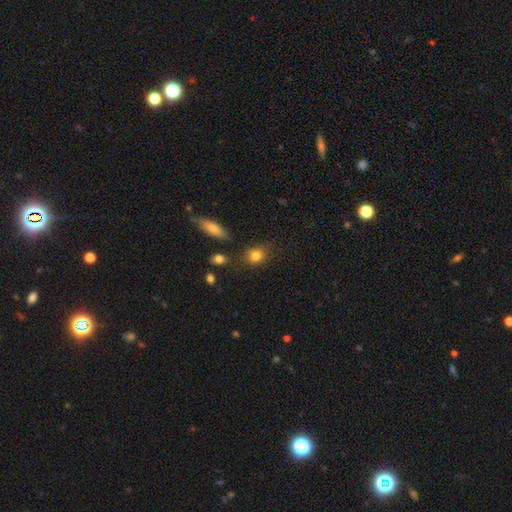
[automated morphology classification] The model was most divided on "how rounded": round: 60%, in between: 38%, cigar-shaped: 2%. More confident: smooth or featured — smooth (83%); merging — none (75%).